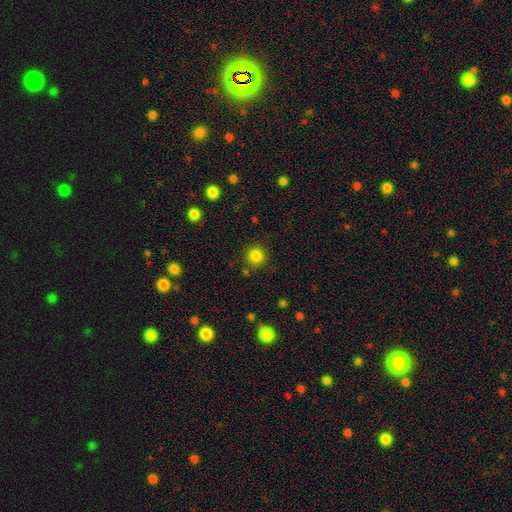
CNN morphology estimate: This appears to be a smooth galaxy with no disk features (84%) that is round (93%). Merging: none (88%).